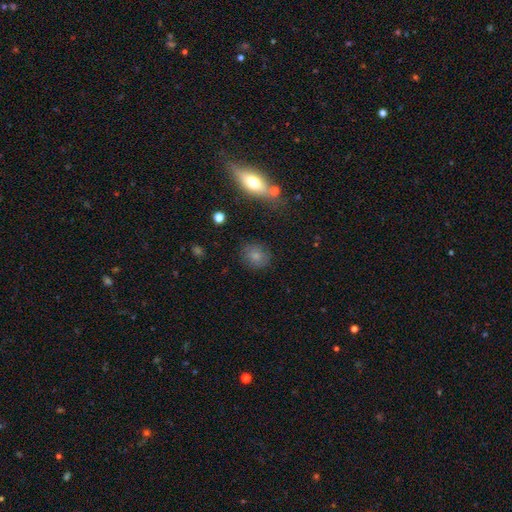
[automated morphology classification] This appears to be a smooth galaxy with no disk features (78%) that is round (71%). Merging: none (83%).